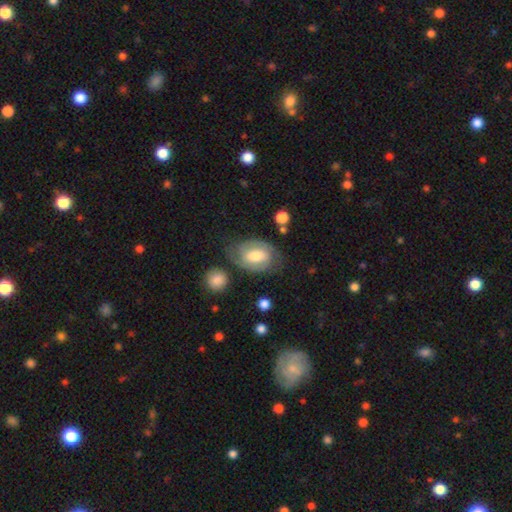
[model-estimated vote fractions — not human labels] Smooth or featured?
  - featured or disk: 62% *
  - smooth: 31%
  - star or artifact: 6%
Edge-on disk?
  - no: 96% *
  - yes: 4%
Bar?
  - weak: 46% *
  - no: 33%
  - strong: 21%
Spiral arms?
  - yes: 80% *
  - no: 20%
Bulge size?
  - moderate: 62% *
  - large: 19%
  - small: 15%
  - none: 2%
  - dominant: 2%
Merging?
  - none: 66% *
  - minor disturbance: 19%
  - major disturbance: 9%
  - merger: 5%